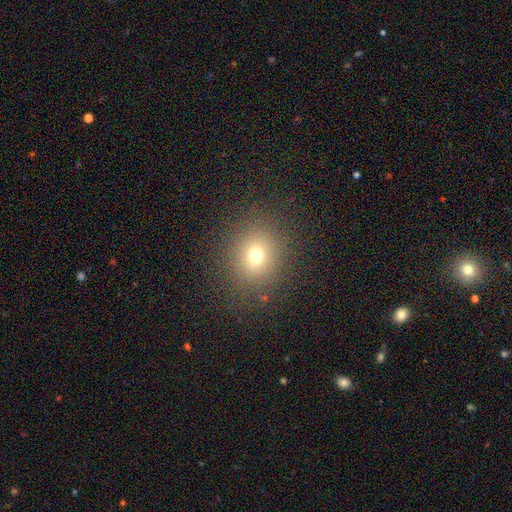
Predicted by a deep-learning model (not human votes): Smooth or featured? smooth (70%)
How rounded? round (79%)
Merging? none (86%)